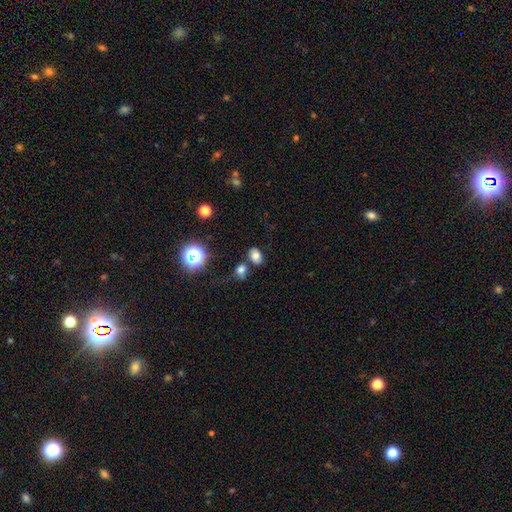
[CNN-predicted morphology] smooth 73%, star or artifact 16%, featured or disk 11%. Down the decision tree: how rounded — in between (75%); merging — none (70%).